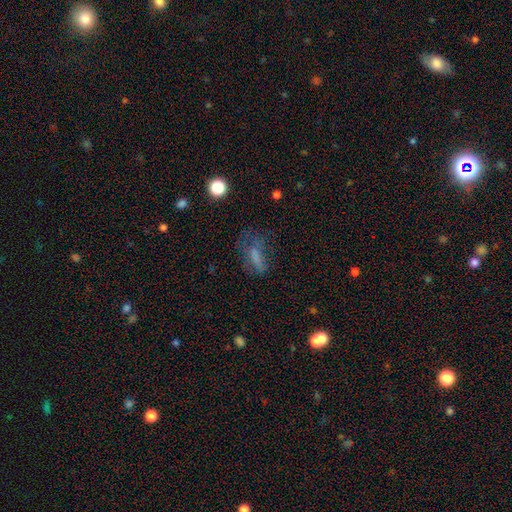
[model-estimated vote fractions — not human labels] Overall: smooth (58%; featured or disk 23%). How rounded: in between (56%; cigar-shaped 36%). Merging: none (39%; major disturbance 34%).